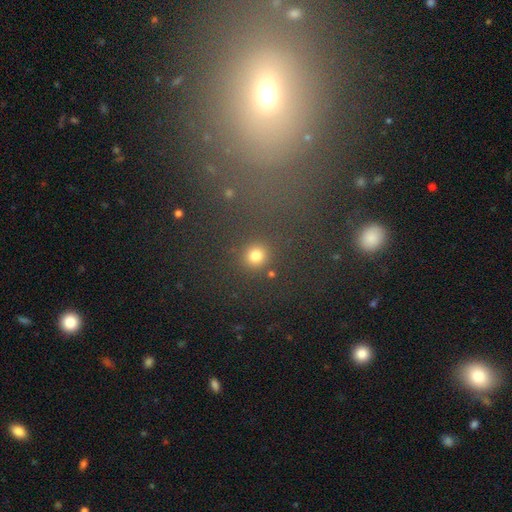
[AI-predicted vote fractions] smooth_or_featured: smooth (p=0.77) [alt: star or artifact p=0.18]
how_rounded: round (p=0.91) [alt: in between p=0.07]
merging: none (p=0.85) [alt: minor disturbance p=0.07]